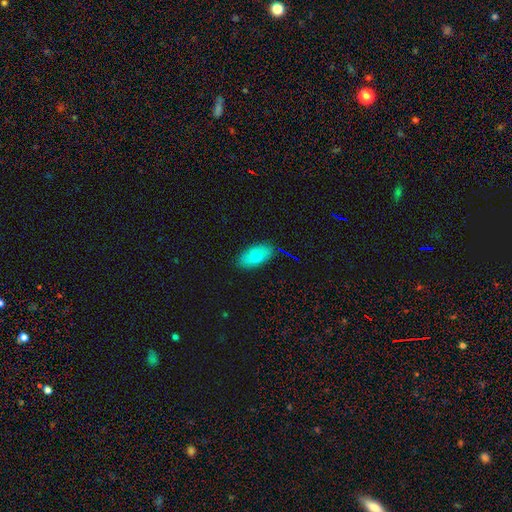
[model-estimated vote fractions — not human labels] Q: Smooth or featured?
A: smooth (72%); runner-up: featured or disk (21%)
Q: How rounded?
A: in between (91%); runner-up: round (5%)
Q: Merging?
A: none (85%); runner-up: minor disturbance (11%)